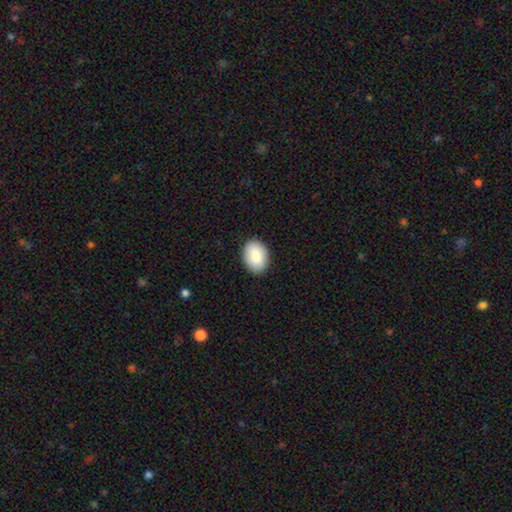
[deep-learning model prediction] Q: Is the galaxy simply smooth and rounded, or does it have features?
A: smooth — 88%.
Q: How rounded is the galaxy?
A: in between — 80%.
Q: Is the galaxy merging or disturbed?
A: none — 88%.